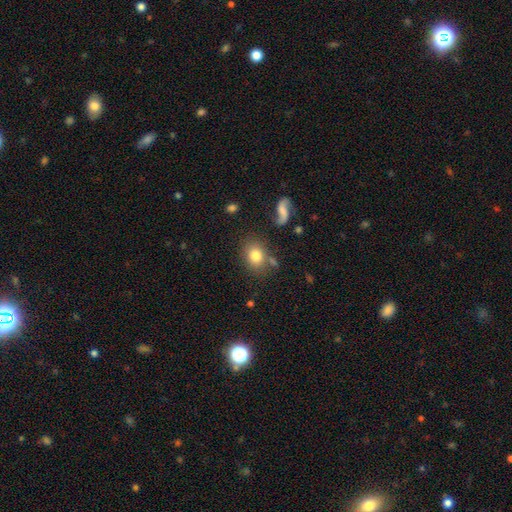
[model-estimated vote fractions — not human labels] A smooth galaxy with no disk features (78%) that is round (51%). Merging: none (73%).